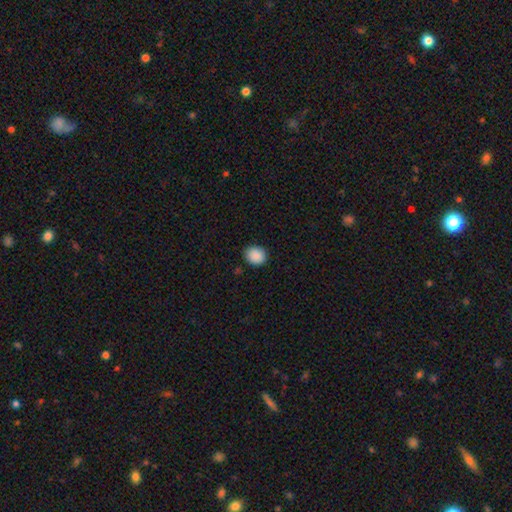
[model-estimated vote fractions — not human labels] Morphology: type=smooth (89%); roundness=round (69%); merging=none (87%).